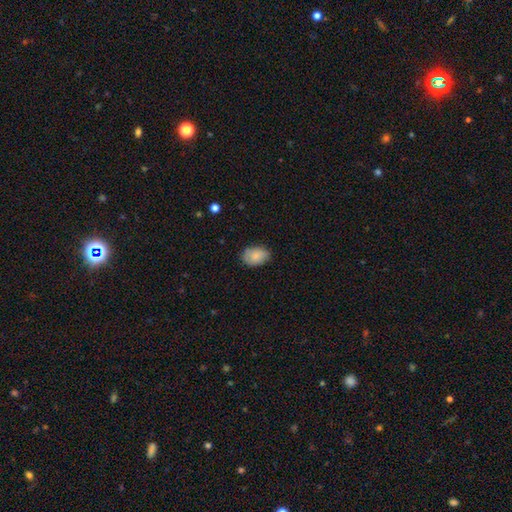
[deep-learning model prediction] Smooth or featured? Predicted: smooth (p=0.81). How rounded? Predicted: in between (p=0.81). Merging? Predicted: none (p=0.76).